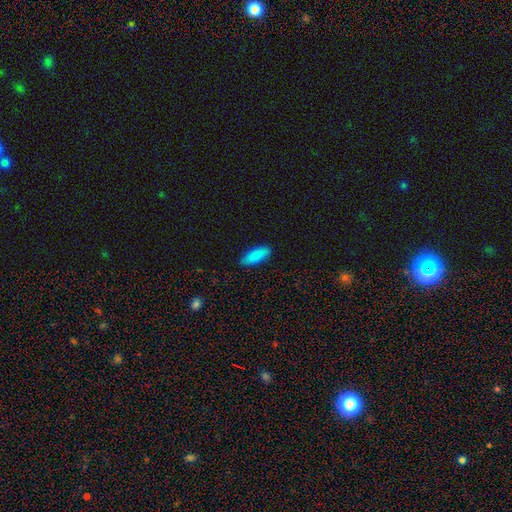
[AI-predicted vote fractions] A smooth galaxy with no disk features (89%) that is in between round and cigar-shaped (71%).

Vote fractions:
- Smooth or featured? smooth: 89% / star or artifact: 6% / featured or disk: 5%
- How rounded? in between: 71% / cigar-shaped: 28% / round: 2%
- Merging? none: 89% / minor disturbance: 9% / major disturbance: 2% / merger: 1%